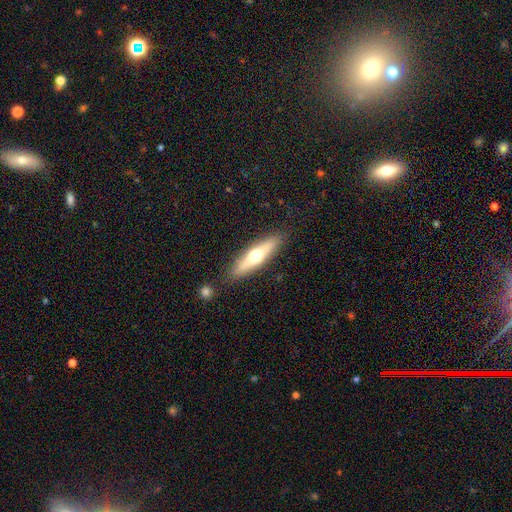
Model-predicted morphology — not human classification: type=smooth (47%, tied with featured or disk); merging=none (86%).